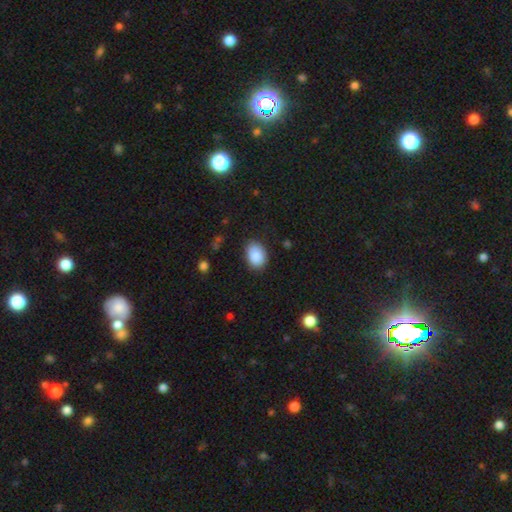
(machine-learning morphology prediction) smooth 88%, star or artifact 7%, featured or disk 4%. Down the decision tree: how rounded — in between (79%); merging — none (79%).